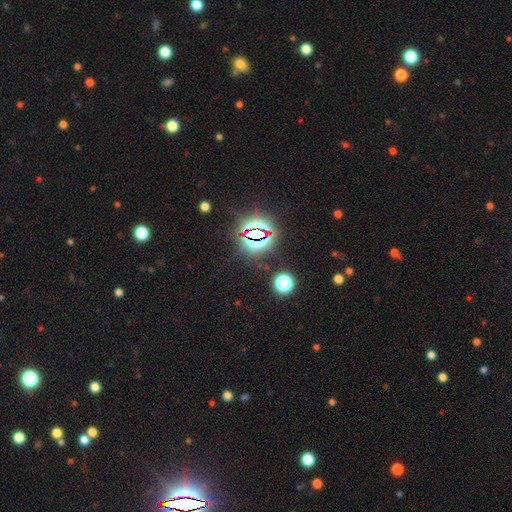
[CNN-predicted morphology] Smooth or featured? Predicted: star or artifact (p=0.82).